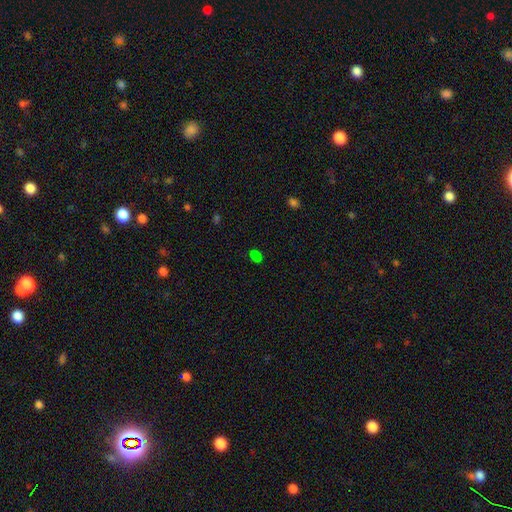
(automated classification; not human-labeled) This appears to be a smooth galaxy with no disk features (56%) that is in between round and cigar-shaped (51%). Merging: none (72%).